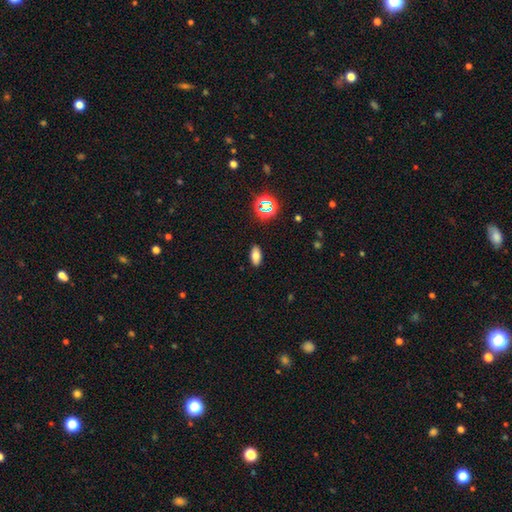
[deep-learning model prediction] smooth-or-featured: smooth: 75% | star or artifact: 15% | featured or disk: 10%
  how-rounded: in between: 86% | cigar-shaped: 9% | round: 5%
  merging: none: 89% | minor disturbance: 8% | major disturbance: 2% | merger: 1%